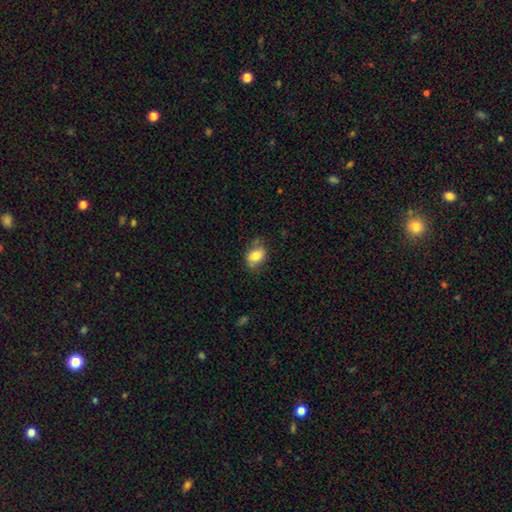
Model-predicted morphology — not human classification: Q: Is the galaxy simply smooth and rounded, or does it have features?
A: smooth — 80%.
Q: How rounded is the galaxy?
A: in between — 70%.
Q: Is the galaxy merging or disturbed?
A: none — 67%.